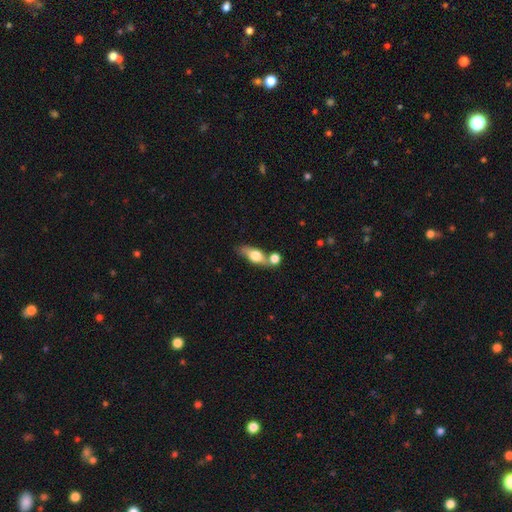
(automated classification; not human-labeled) smooth 59%, featured or disk 33%, star or artifact 8%. Down the decision tree: how rounded — in between (62%); merging — none (51%).